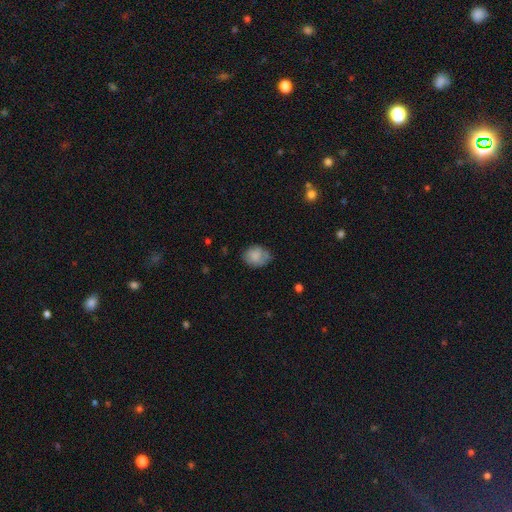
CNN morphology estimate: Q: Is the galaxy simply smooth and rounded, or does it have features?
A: smooth — 70%.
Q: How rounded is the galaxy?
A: in between — 51%.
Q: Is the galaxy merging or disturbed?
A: none — 57%.